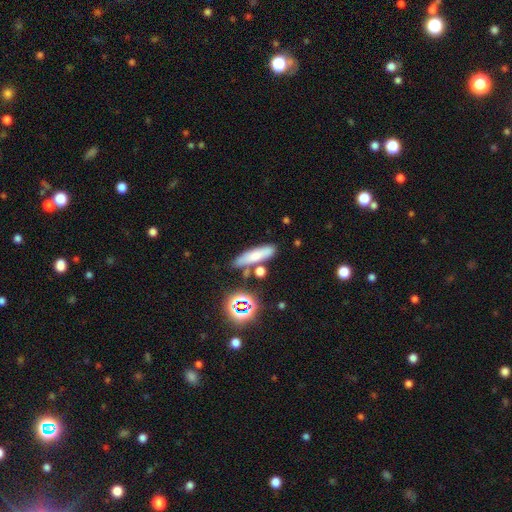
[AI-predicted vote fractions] Morphology: type=smooth (64%); roundness=cigar-shaped (60%); merging=none (73%).